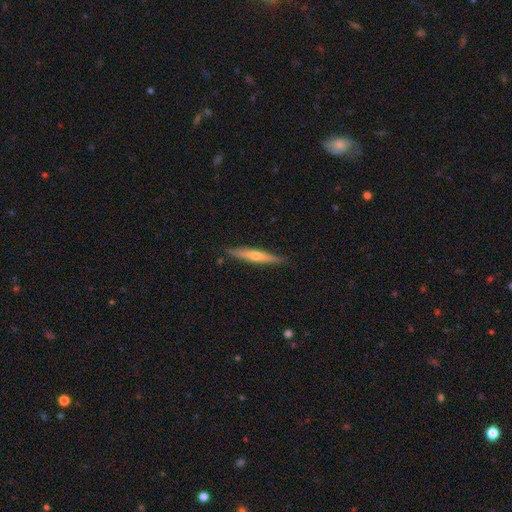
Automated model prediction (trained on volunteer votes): smooth-or-featured: featured or disk: 59% | smooth: 35% | star or artifact: 6%
  disk-edge-on: yes: 96% | no: 4%
    edge-on-bulge: rounded: 79% | none: 17% | boxy: 3%
  merging: none: 90% | minor disturbance: 8% | major disturbance: 1% | merger: 1%